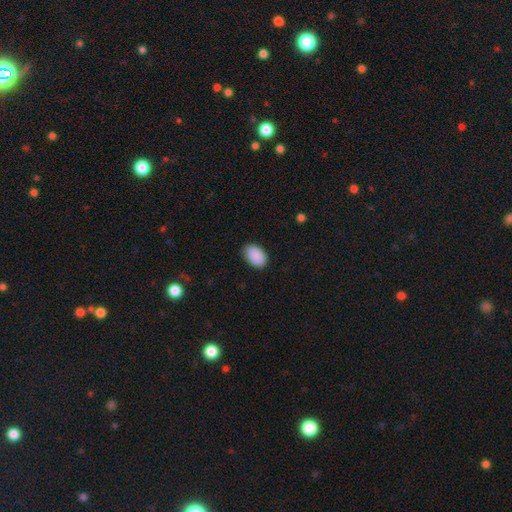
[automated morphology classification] A smooth galaxy with no disk features (91%) that is in between round and cigar-shaped (89%). Merging: none (84%).